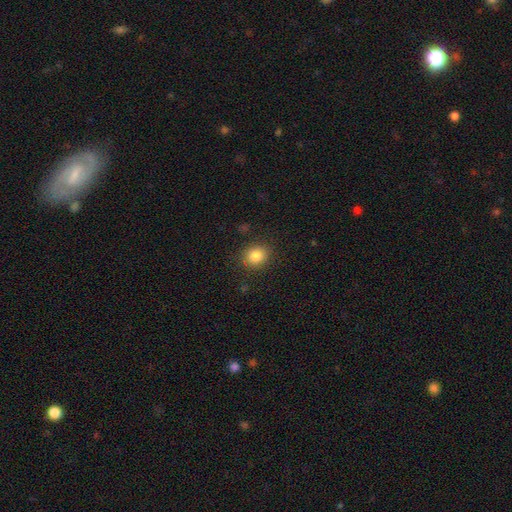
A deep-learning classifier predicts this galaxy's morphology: smooth 85%, star or artifact 10%, featured or disk 5%. Down the decision tree: how rounded — round (74%); merging — none (88%).